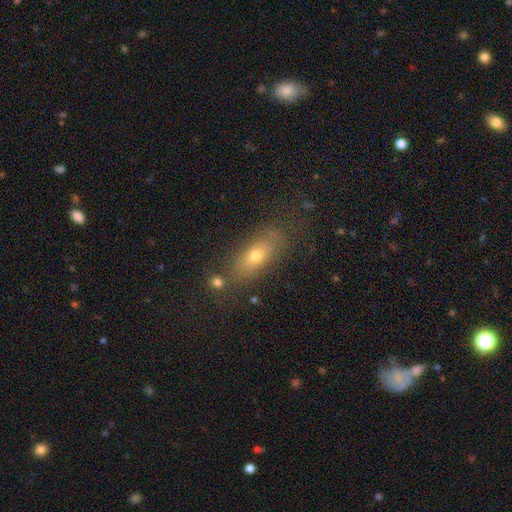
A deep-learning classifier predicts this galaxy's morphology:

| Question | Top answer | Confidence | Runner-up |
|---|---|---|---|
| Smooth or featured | smooth | 66% | featured or disk (23%) |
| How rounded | in between | 69% | cigar-shaped (25%) |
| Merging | none | 74% | minor disturbance (15%) |